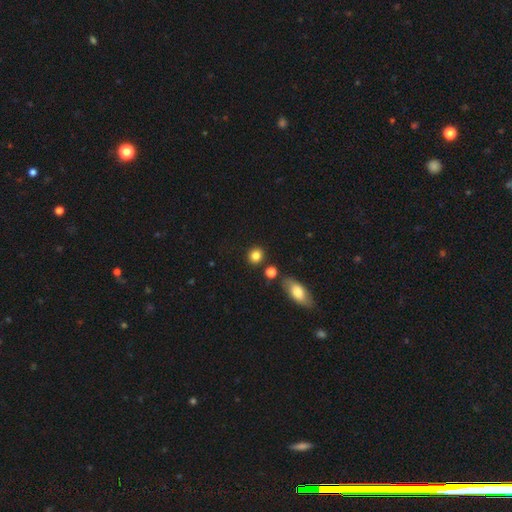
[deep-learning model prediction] smooth 83%, star or artifact 10%, featured or disk 6%. Down the decision tree: how rounded — round (82%); merging — none (83%).